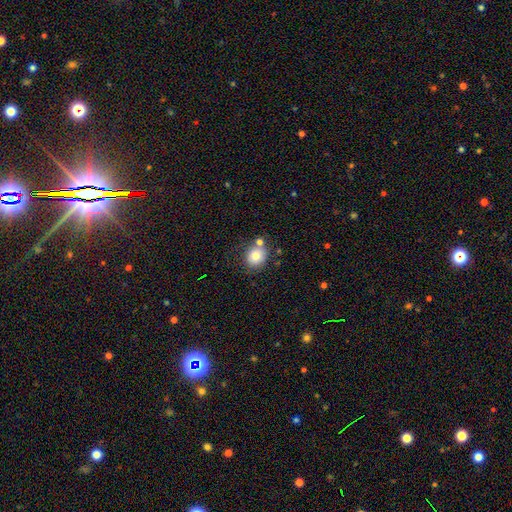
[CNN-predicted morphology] A smooth galaxy with no disk features (79%) that is round (73%). Merging: none (65%).